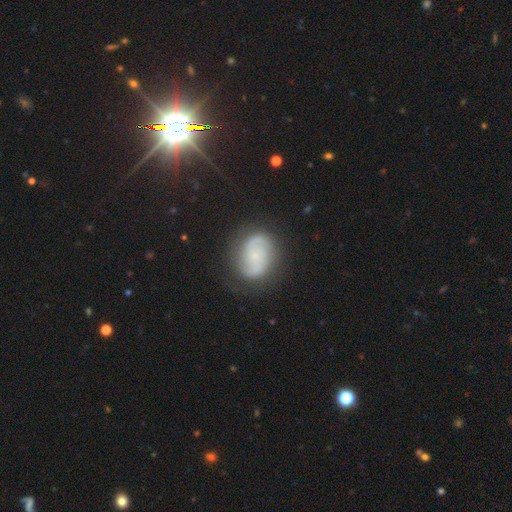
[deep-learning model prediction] Smooth or featured? featured or disk (70%)
Edge-on disk? no (97%)
Bar? no (63%)
Spiral arms? yes (93%)
Spiral winding? medium (44%)
Spiral arm count? 2 (85%)
Bulge size? small (71%)
Merging? none (78%)